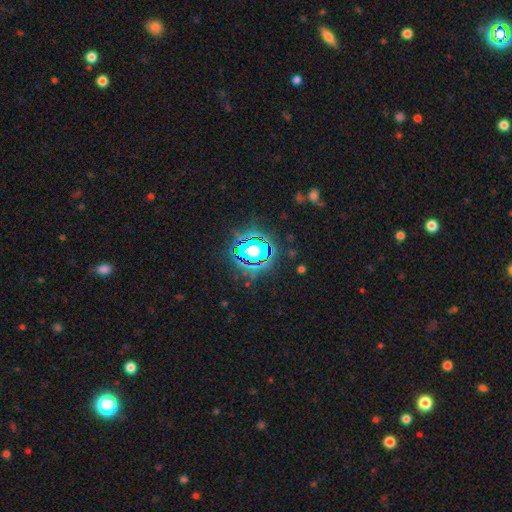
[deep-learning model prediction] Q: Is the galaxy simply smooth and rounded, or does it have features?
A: star or artifact — 78%.